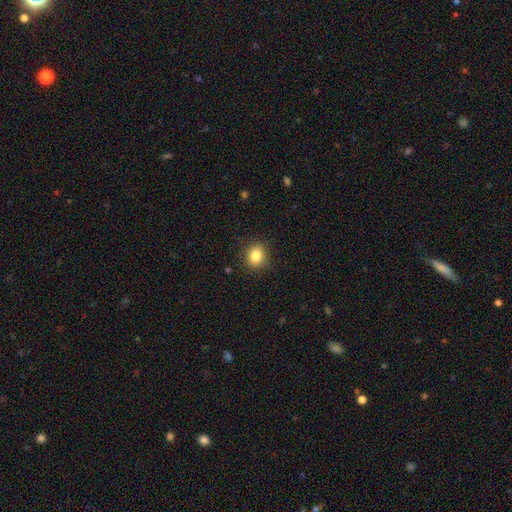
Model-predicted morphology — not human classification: smooth 84%, star or artifact 10%, featured or disk 5%. Down the decision tree: how rounded — round (67%); merging — none (88%).